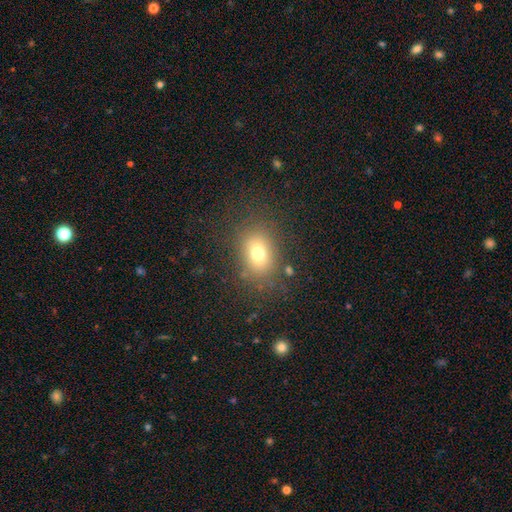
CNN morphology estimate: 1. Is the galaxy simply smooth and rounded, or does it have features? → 73% smooth, 14% star or artifact, 13% featured or disk.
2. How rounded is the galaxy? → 64% in between, 35% round, 1% cigar-shaped.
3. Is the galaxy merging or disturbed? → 80% none, 12% minor disturbance, 6% major disturbance, 2% merger.